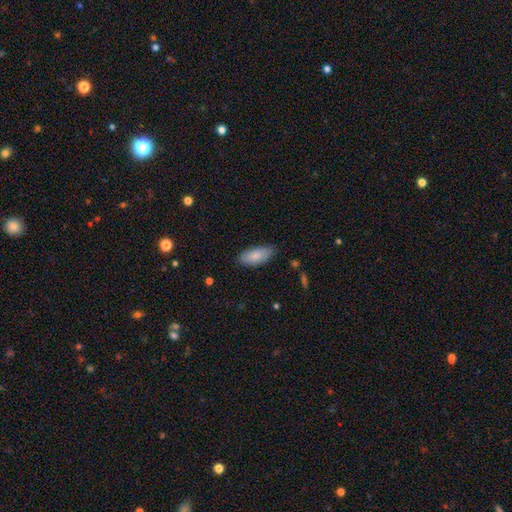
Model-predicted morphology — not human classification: Q: Smooth or featured?
A: smooth (85%); runner-up: featured or disk (10%)
Q: How rounded?
A: in between (86%); runner-up: cigar-shaped (12%)
Q: Merging?
A: none (81%); runner-up: minor disturbance (15%)